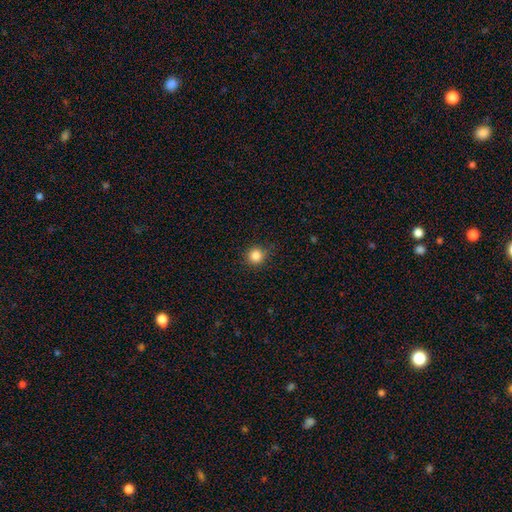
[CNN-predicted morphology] This appears to be a smooth galaxy with no disk features (85%) that is round (94%). Merging: none (88%).